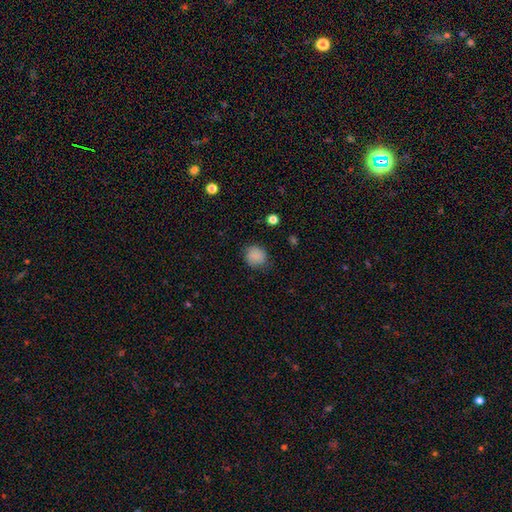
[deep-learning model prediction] Smooth or featured? Predicted: smooth (p=0.86). How rounded? Predicted: round (p=0.82). Merging? Predicted: none (p=0.79).